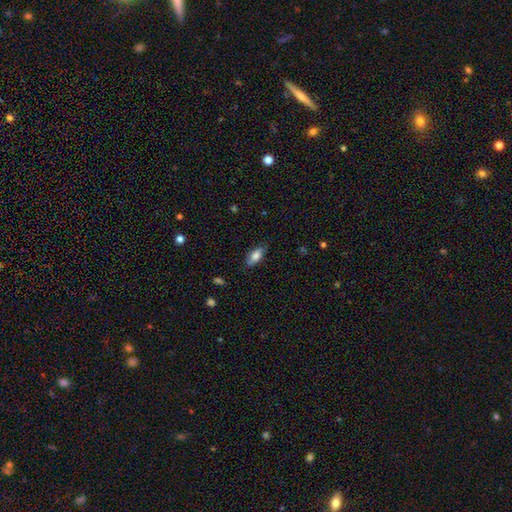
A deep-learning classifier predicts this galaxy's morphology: Smooth or featured: smooth — 77% (featured or disk — 16%)
How rounded: in between — 86% (cigar-shaped — 11%)
Merging: none — 81% (minor disturbance — 15%)